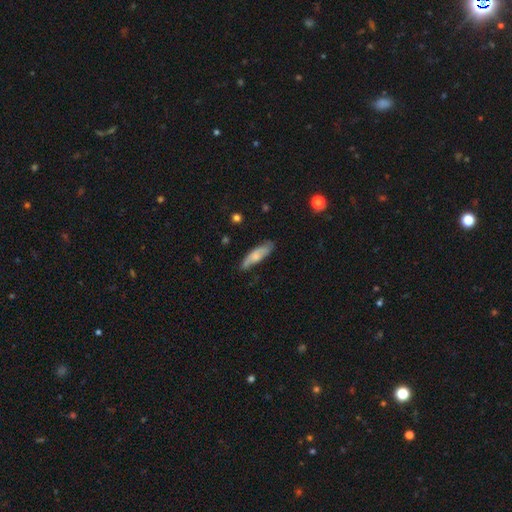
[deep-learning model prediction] This appears to be a smooth galaxy with no disk features (65%) that is cigar-shaped (58%). Merging: none (69%).